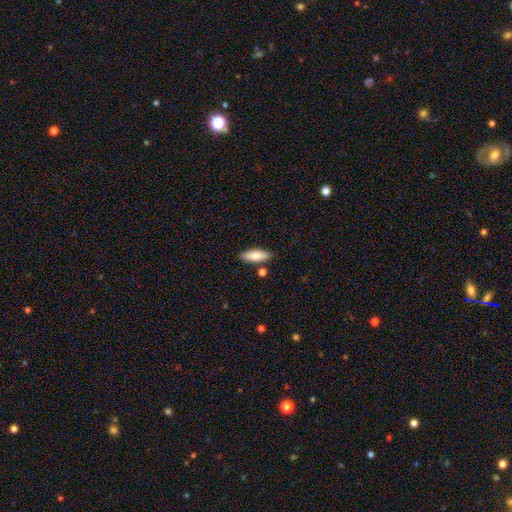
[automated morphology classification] Q: Smooth or featured?
A: smooth (80%); runner-up: featured or disk (14%)
Q: How rounded?
A: in between (69%); runner-up: cigar-shaped (29%)
Q: Merging?
A: none (83%); runner-up: minor disturbance (10%)